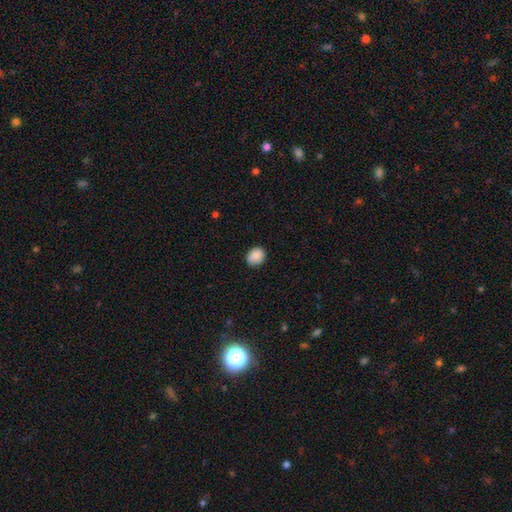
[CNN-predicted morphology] This is clearly a smooth galaxy (87%). How rounded: possibly round (57%). Merging: clearly none (82%).